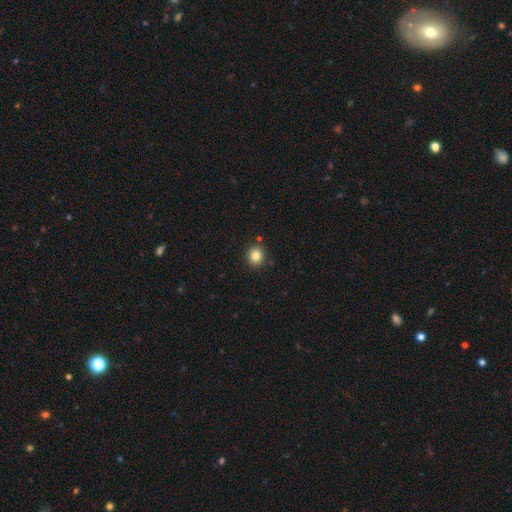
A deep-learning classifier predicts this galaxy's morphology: Smooth or featured? Predicted: smooth (p=0.82). How rounded? Predicted: round (p=0.86). Merging? Predicted: none (p=0.88).